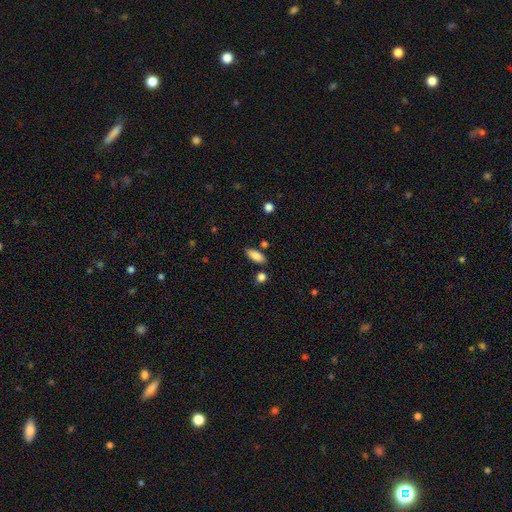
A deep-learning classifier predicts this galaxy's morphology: This is clearly a smooth galaxy (87%). How rounded: likely in between (78%). Merging: clearly none (80%).